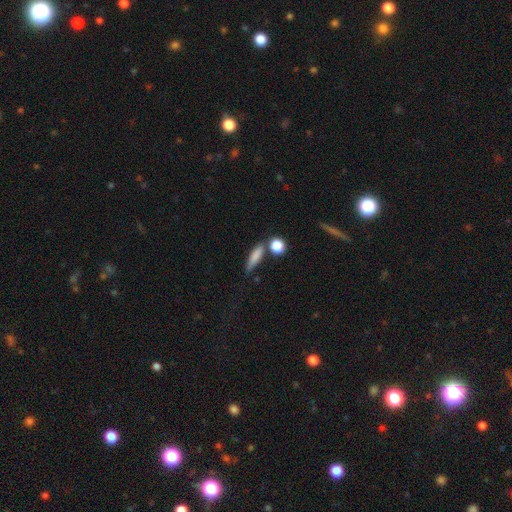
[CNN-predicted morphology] A smooth galaxy with no disk features (77%) that is cigar-shaped (58%). Merging: none (63%).